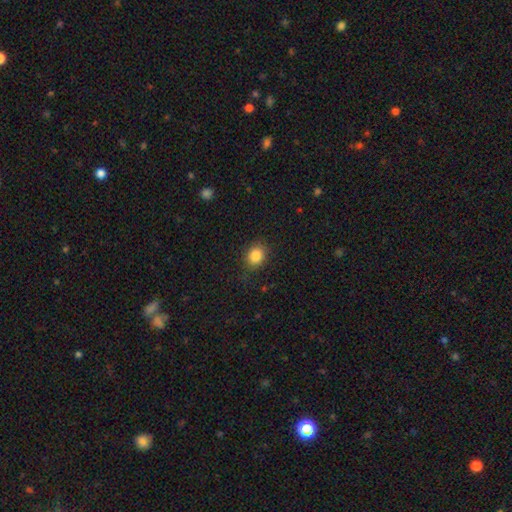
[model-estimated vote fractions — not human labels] smooth_or_featured: smooth (p=0.84) [alt: star or artifact p=0.10]
how_rounded: round (p=0.59) [alt: in between p=0.40]
merging: none (p=0.84) [alt: minor disturbance p=0.12]